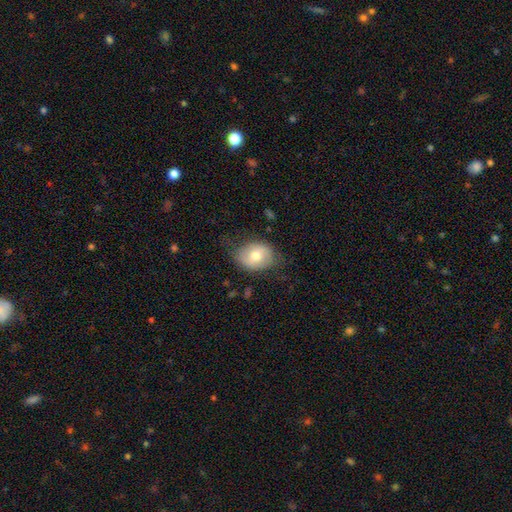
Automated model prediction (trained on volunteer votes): A smooth galaxy with no disk features (69%) that is in between round and cigar-shaped (59%).

Vote fractions:
- Smooth or featured? smooth: 69% / featured or disk: 24% / star or artifact: 7%
- How rounded? in between: 59% / round: 40% / cigar-shaped: 1%
- Merging? none: 67% / minor disturbance: 24% / major disturbance: 8% / merger: 1%